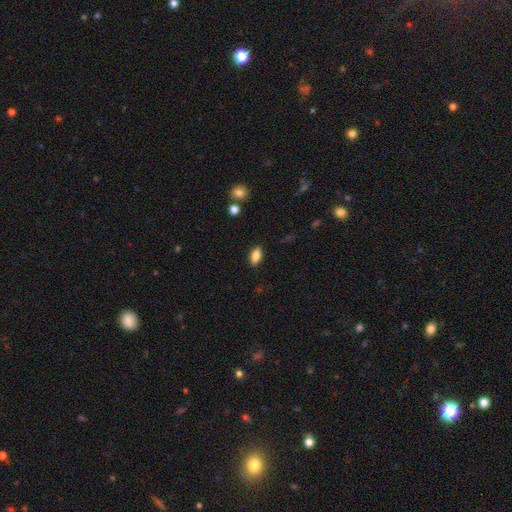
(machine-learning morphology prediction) Smooth or featured? Predicted: smooth (p=0.80). How rounded? Predicted: in between (p=0.88). Merging? Predicted: none (p=0.87).